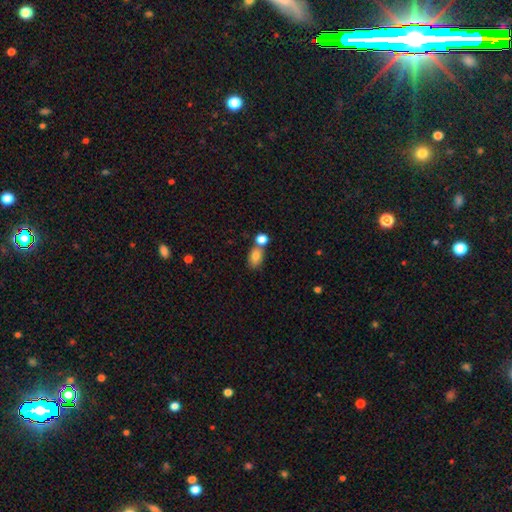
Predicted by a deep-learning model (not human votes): This is clearly a smooth galaxy (82%). How rounded: clearly in between (82%). Merging: possibly none (51%).